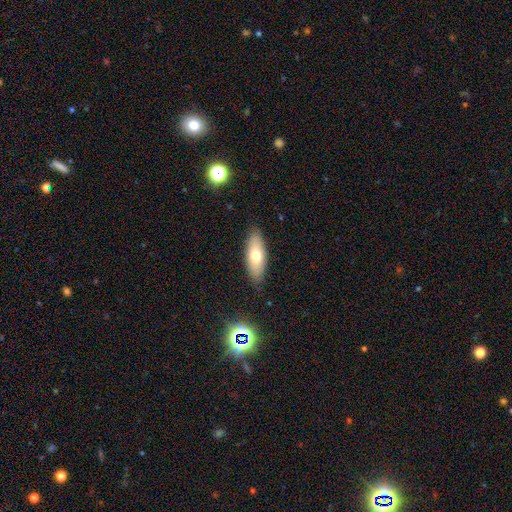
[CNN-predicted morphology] Smooth or featured: smooth — 69% (featured or disk — 24%)
How rounded: in between — 72% (cigar-shaped — 25%)
Merging: none — 86% (minor disturbance — 11%)